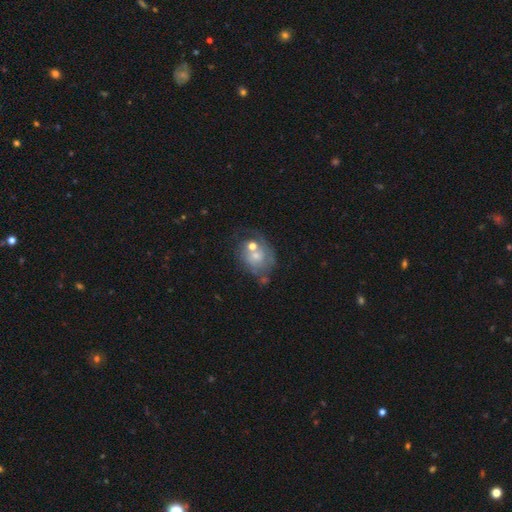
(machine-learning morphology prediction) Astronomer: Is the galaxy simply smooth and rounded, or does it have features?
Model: featured or disk — 54% (runner-up: smooth, 37%).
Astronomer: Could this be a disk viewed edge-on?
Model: no — 97%.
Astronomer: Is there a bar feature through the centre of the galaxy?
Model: no — 83%.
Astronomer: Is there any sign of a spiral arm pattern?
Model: yes — 56% (runner-up: no, 44%).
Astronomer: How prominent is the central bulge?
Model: small — 45% (runner-up: moderate, 41%).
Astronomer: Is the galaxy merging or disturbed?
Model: none — 32% (runner-up: merger, 28%).